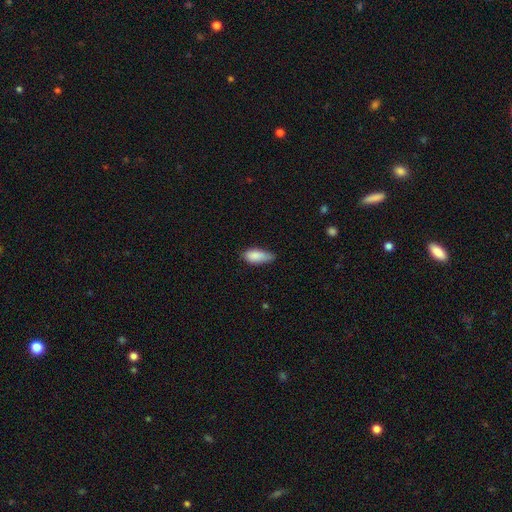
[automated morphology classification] Smooth or featured? smooth (85%)
How rounded? in between (81%)
Merging? none (48%)